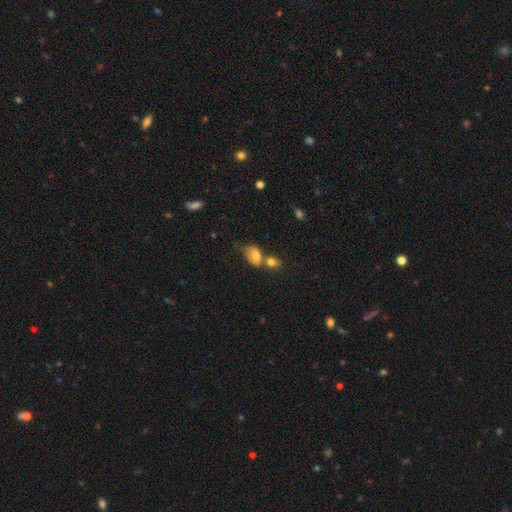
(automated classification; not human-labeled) The model was most divided on "merging": merger: 43%, none: 29%, minor disturbance: 19%, major disturbance: 9%. More confident: how rounded — in between (84%); smooth or featured — smooth (75%).